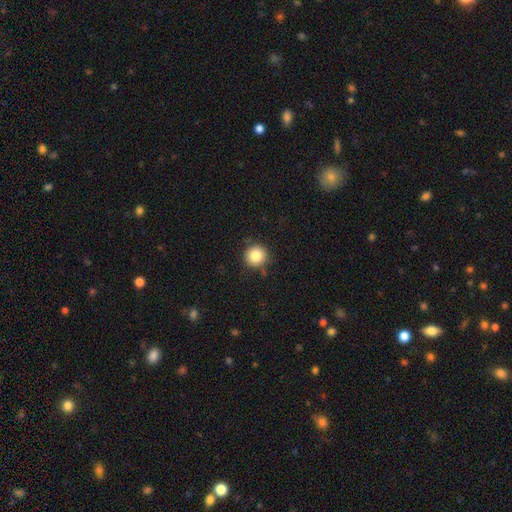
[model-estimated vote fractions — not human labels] A smooth galaxy with no disk features (82%) that is round (94%).

Vote fractions:
- Smooth or featured? smooth: 82% / star or artifact: 10% / featured or disk: 8%
- How rounded? round: 94% / in between: 5% / cigar-shaped: 1%
- Merging? none: 84% / minor disturbance: 11% / major disturbance: 3% / merger: 2%